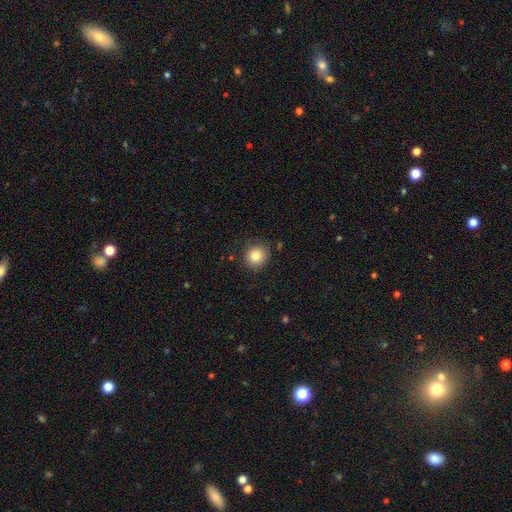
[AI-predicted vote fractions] This appears to be a smooth galaxy with no disk features (82%) that is round (89%). Merging: none (84%).